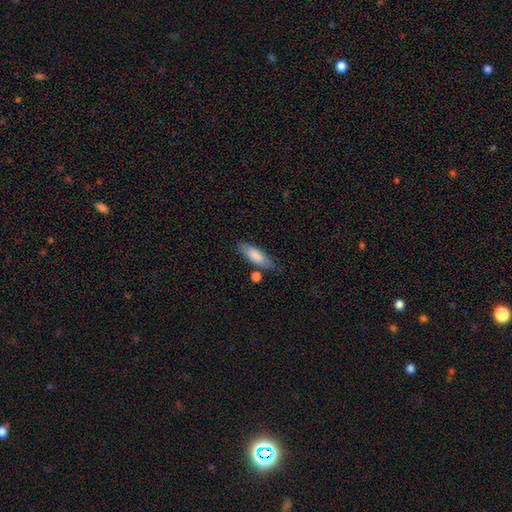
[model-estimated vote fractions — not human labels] smooth_or_featured: smooth (p=0.80) [alt: featured or disk p=0.14]
how_rounded: in between (p=0.55) [alt: cigar-shaped p=0.43]
merging: none (p=0.72) [alt: minor disturbance p=0.17]